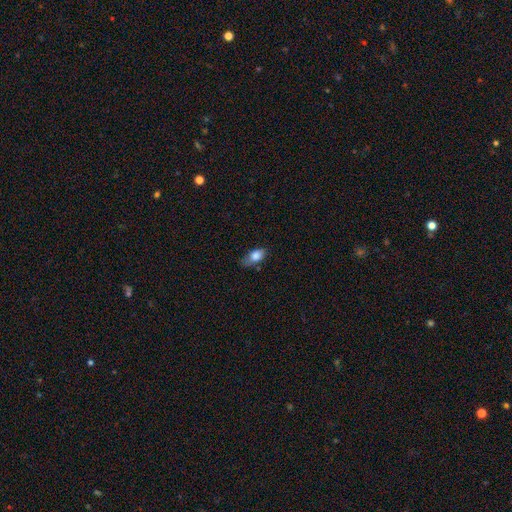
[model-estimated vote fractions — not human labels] A smooth galaxy with no disk features (81%) that is in between round and cigar-shaped (85%). Merging: none (50%).